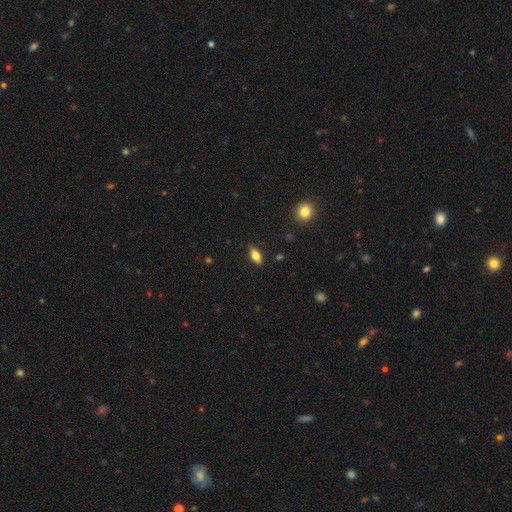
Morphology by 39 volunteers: Q: Smooth or featured?
A: smooth (69%); runner-up: featured or disk (21%)
Q: How rounded?
A: in between (78%); runner-up: cigar-shaped (22%)
Q: Merging?
A: none (83%); runner-up: minor disturbance (14%)